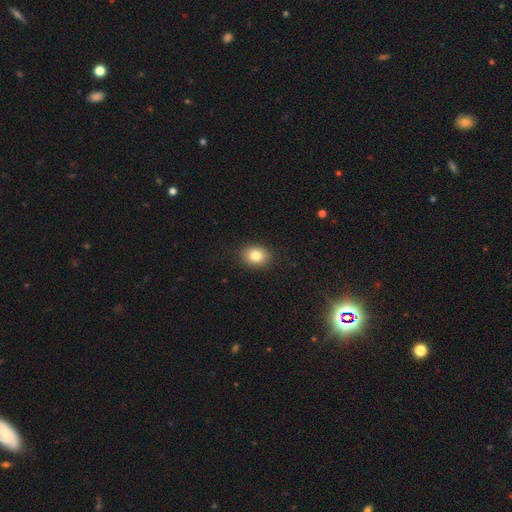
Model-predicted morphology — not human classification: The model was most divided on "how rounded": round: 56%, in between: 43%, cigar-shaped: 1%. More confident: merging — none (90%); smooth or featured — smooth (83%).